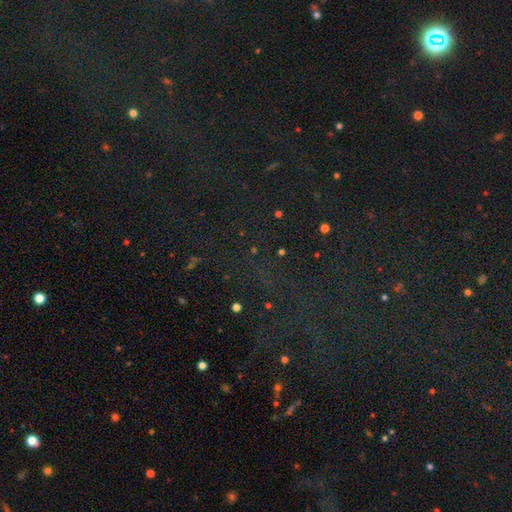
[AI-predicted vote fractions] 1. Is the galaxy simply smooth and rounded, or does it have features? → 80% star or artifact, 12% smooth, 8% featured or disk.